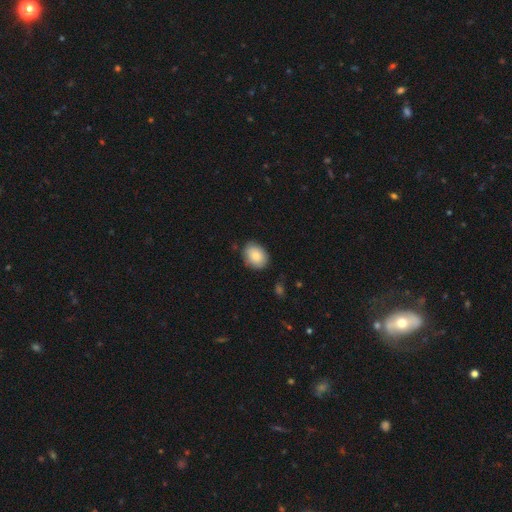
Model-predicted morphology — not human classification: smooth 84%, featured or disk 9%, star or artifact 7%. Down the decision tree: how rounded — in between (61%); merging — none (81%).